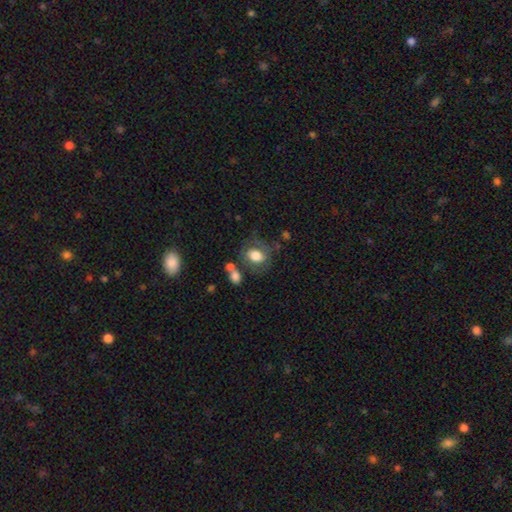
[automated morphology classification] A smooth galaxy with no disk features (69%) that is in between round and cigar-shaped (56%). Merging: none (58%).